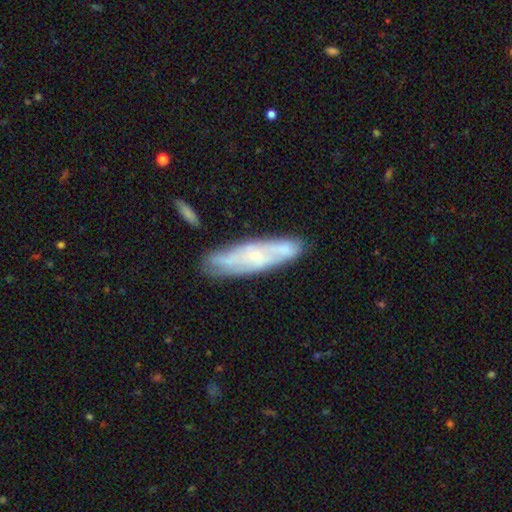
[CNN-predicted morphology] This appears to be a featured or disk galaxy (63%). Merging: none (71%).